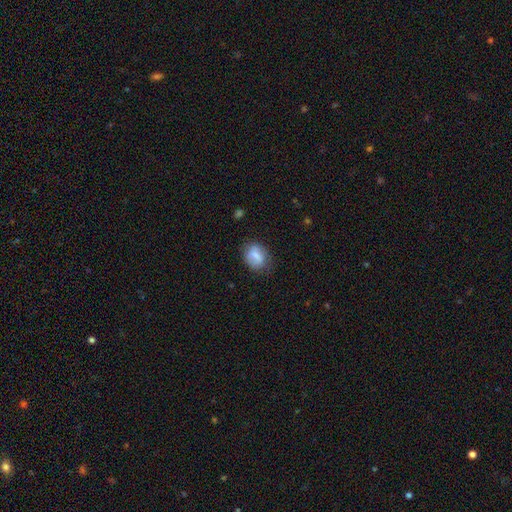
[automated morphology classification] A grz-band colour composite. It shows a smooth galaxy with no disk features (75%) that is in between round and cigar-shaped (57%). Merging: none (69%).